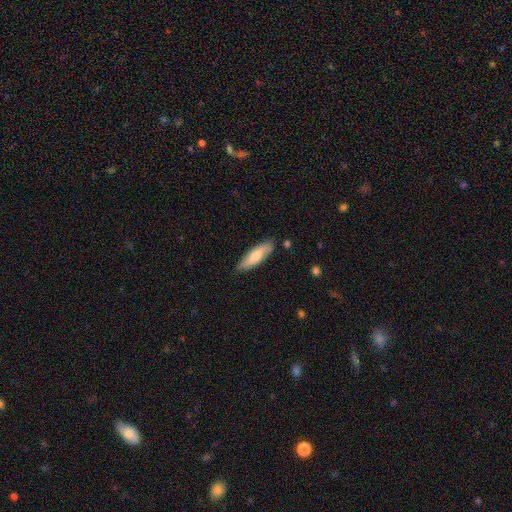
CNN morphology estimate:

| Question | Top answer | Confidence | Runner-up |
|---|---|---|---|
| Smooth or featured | smooth | 71% | featured or disk (24%) |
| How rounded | cigar-shaped | 55% | in between (43%) |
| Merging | none | 81% | minor disturbance (15%) |